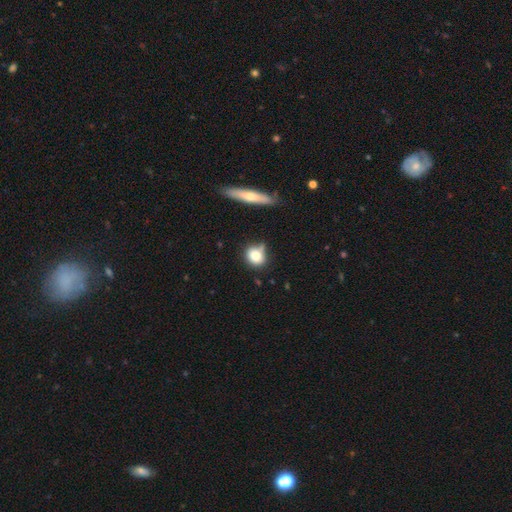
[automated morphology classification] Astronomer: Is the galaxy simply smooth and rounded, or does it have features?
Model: smooth — 78%.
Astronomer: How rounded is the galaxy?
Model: round — 70%.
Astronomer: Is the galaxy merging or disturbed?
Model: none — 58%.